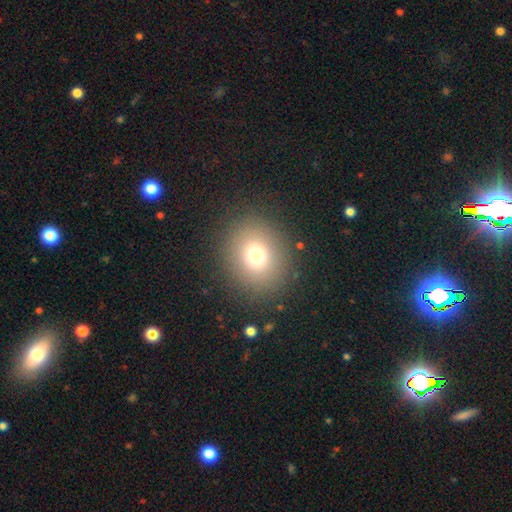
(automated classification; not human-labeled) A smooth galaxy with no disk features (72%) that is round (75%). Merging: none (87%).